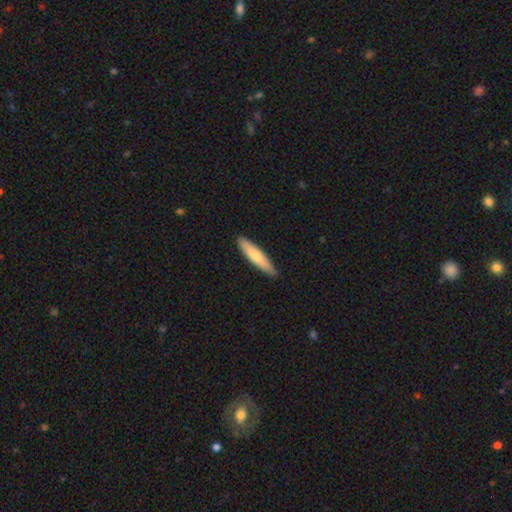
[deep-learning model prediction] smooth-or-featured: smooth: 69% | featured or disk: 26% | star or artifact: 5%
  how-rounded: cigar-shaped: 84% | in between: 15% | round: 1%
  merging: none: 88% | minor disturbance: 10% | major disturbance: 1% | merger: 1%